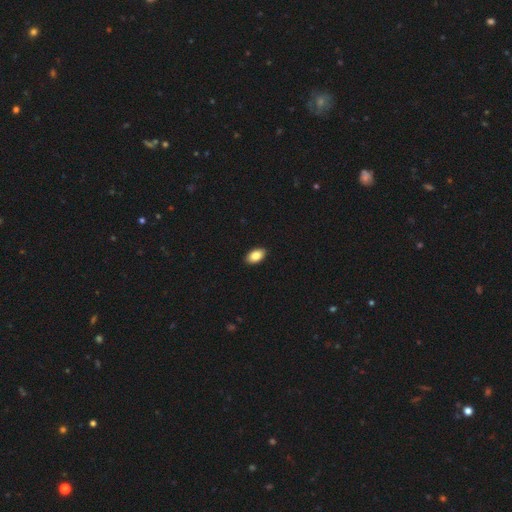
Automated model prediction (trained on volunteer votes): Smooth or featured? smooth (87%)
How rounded? in between (93%)
Merging? none (90%)